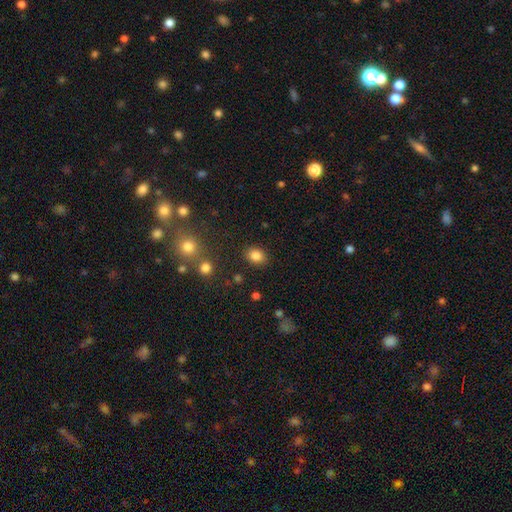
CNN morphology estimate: Smooth or featured? smooth (84%)
How rounded? in between (52%)
Merging? none (85%)